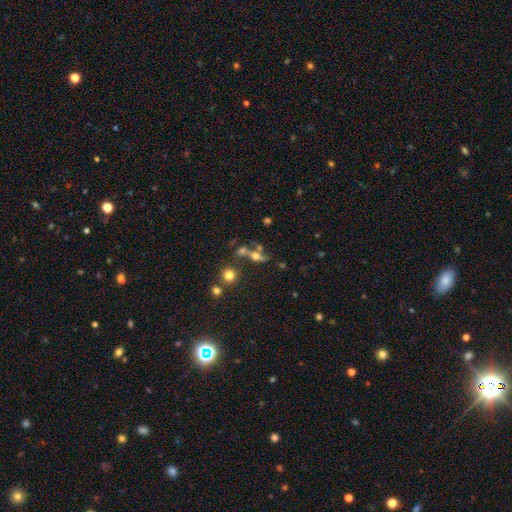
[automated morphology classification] Overall: smooth (47%; featured or disk 35%). Merging: none (39%; merger 34%).